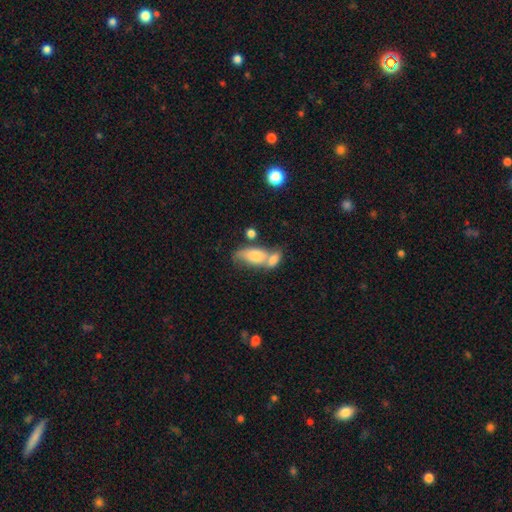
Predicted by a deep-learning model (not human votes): The model was most divided on "merging": merger: 57%, none: 22%, minor disturbance: 12%, major disturbance: 9%. More confident: how rounded — in between (83%); smooth or featured — smooth (70%).